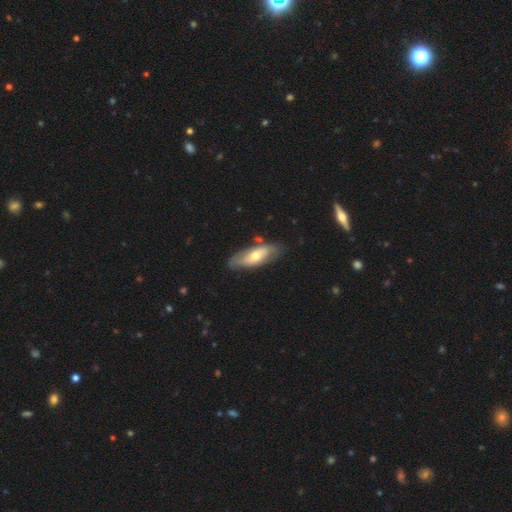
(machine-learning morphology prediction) This appears to be a featured or disk galaxy (49%). Merging: none (72%).